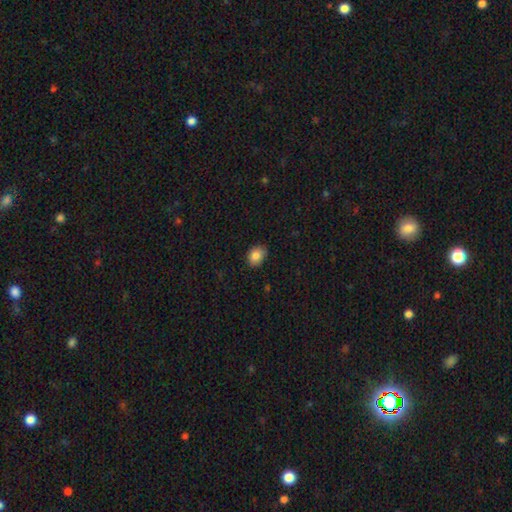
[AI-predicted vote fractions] Smooth or featured?
  - smooth: 84% *
  - star or artifact: 9%
  - featured or disk: 6%
How rounded?
  - in between: 57% *
  - round: 42%
  - cigar-shaped: 1%
Merging?
  - none: 80% *
  - minor disturbance: 16%
  - major disturbance: 2%
  - merger: 1%